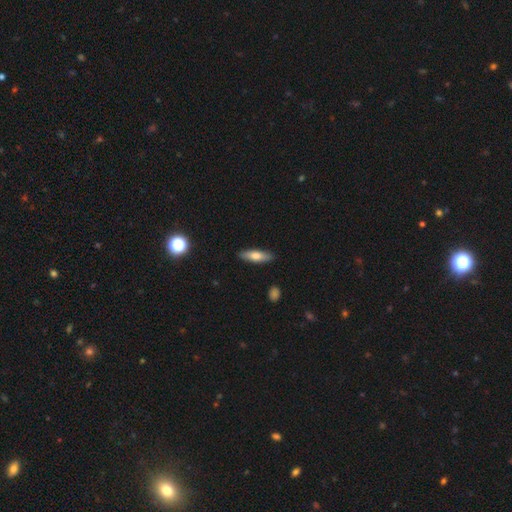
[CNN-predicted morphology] Smooth or featured? Predicted: smooth (p=0.67). How rounded? Predicted: cigar-shaped (p=0.58). Merging? Predicted: none (p=0.89).